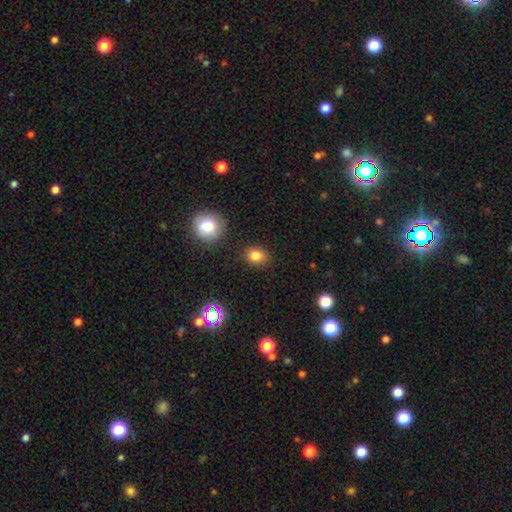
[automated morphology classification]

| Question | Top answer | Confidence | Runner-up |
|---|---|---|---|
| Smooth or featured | smooth | 82% | star or artifact (12%) |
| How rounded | round | 59% | in between (40%) |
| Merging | none | 84% | minor disturbance (10%) |